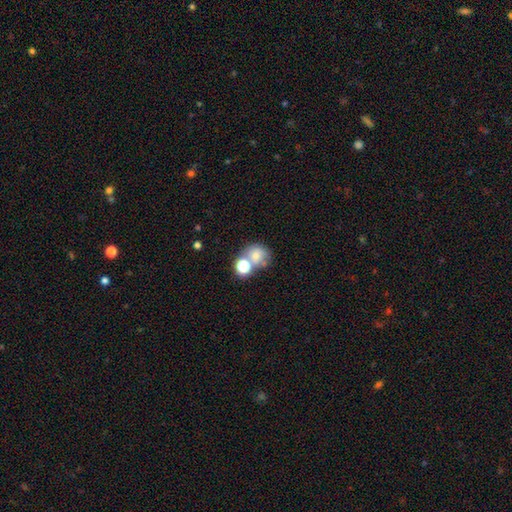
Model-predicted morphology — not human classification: Smooth or featured?
  - smooth: 66% *
  - featured or disk: 18%
  - star or artifact: 16%
How rounded?
  - round: 73% *
  - in between: 26%
  - cigar-shaped: 1%
Merging?
  - merger: 43% *
  - none: 39%
  - minor disturbance: 11%
  - major disturbance: 7%